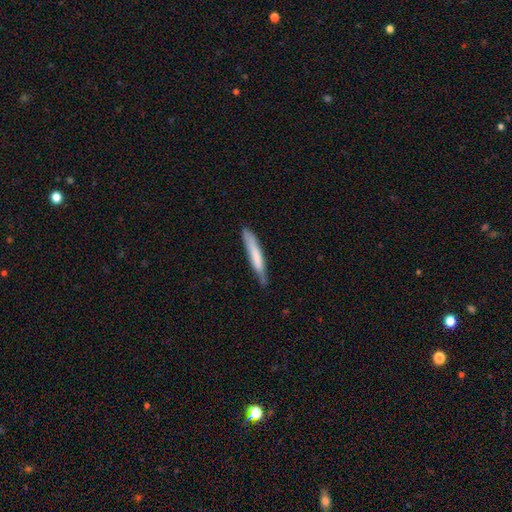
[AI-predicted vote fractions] Smooth or featured?
  - smooth: 69% *
  - featured or disk: 25%
  - star or artifact: 5%
How rounded?
  - cigar-shaped: 93% *
  - in between: 5%
  - round: 1%
Merging?
  - none: 71% *
  - minor disturbance: 23%
  - major disturbance: 4%
  - merger: 2%